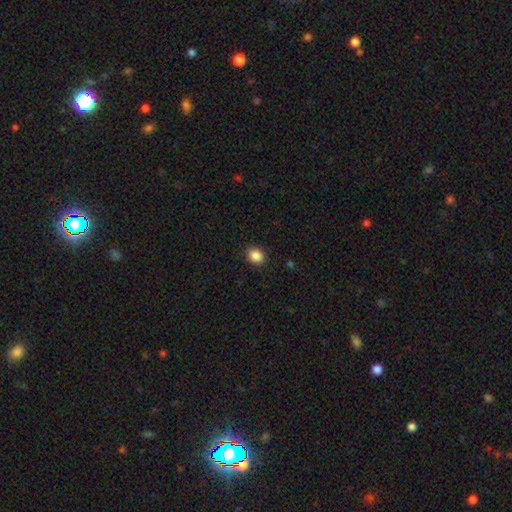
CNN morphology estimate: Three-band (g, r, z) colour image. It shows a smooth galaxy with no disk features (87%) that is round (74%). Merging: none (91%).